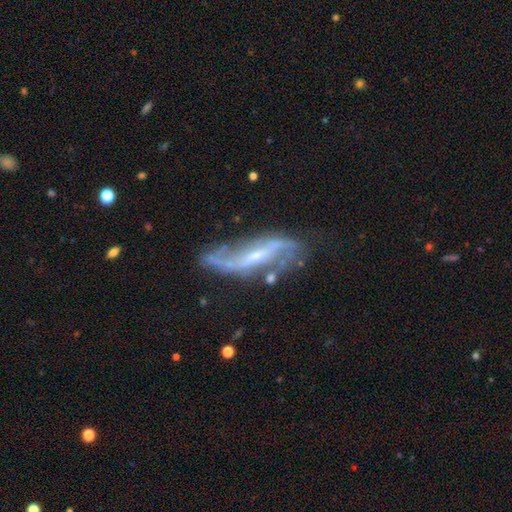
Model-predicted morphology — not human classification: The model was most divided on "bar": strong: 41%, weak: 36%, no: 23%. More confident: spiral arms — yes (92%); edge-on disk — no (86%); smooth or featured — featured or disk (85%); spiral arm count — 2 (84%); bulge size — small (69%); merging — none (62%); spiral winding — loose (61%).